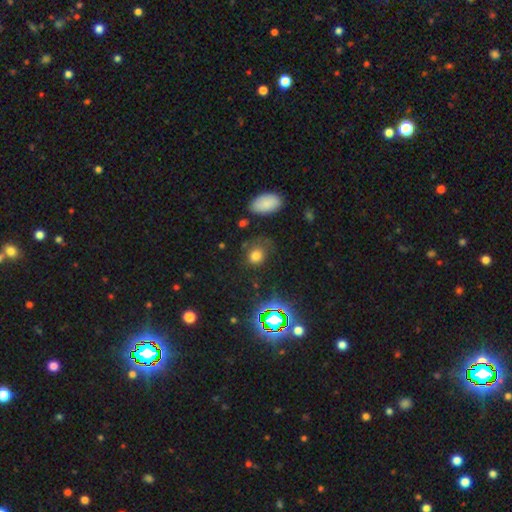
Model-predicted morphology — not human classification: smooth 70%, star or artifact 21%, featured or disk 9%. Down the decision tree: how rounded — round (67%); merging — none (65%).